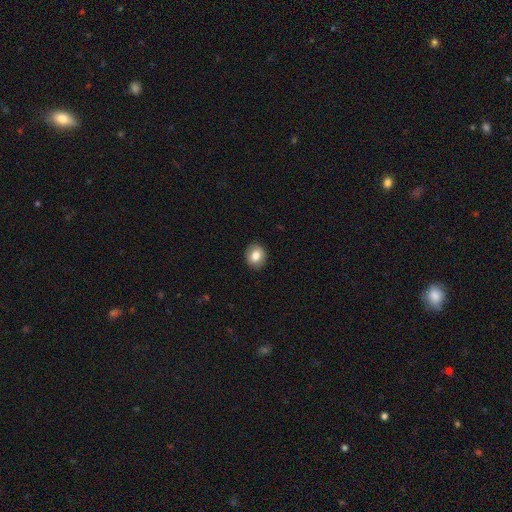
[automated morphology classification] Smooth or featured? smooth (81%)
How rounded? round (67%)
Merging? none (90%)